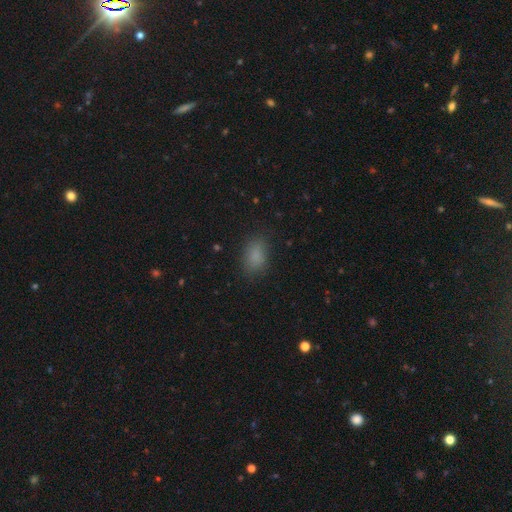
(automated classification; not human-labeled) The model was most divided on "merging": none: 81%, minor disturbance: 13%, major disturbance: 4%, merger: 1%. More confident: smooth or featured — smooth (84%); how rounded — in between (83%).